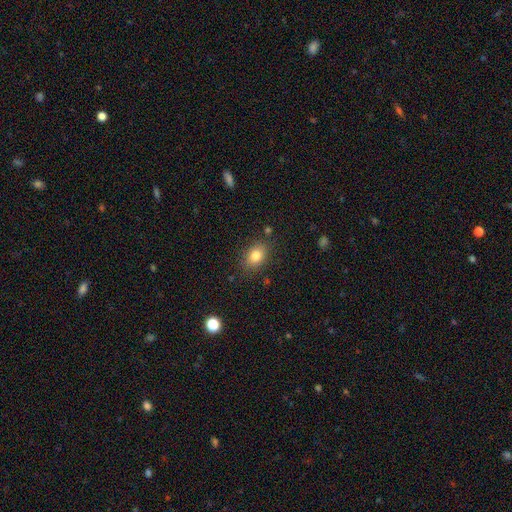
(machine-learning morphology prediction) The model was most divided on "how rounded": in between: 71%, round: 27%, cigar-shaped: 1%. More confident: merging — none (83%); smooth or featured — smooth (81%).